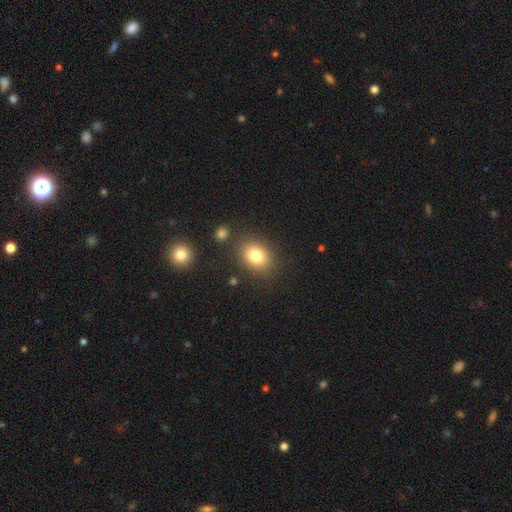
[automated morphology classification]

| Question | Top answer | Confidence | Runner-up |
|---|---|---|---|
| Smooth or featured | smooth | 80% | star or artifact (11%) |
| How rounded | in between | 57% | round (42%) |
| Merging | none | 81% | minor disturbance (10%) |